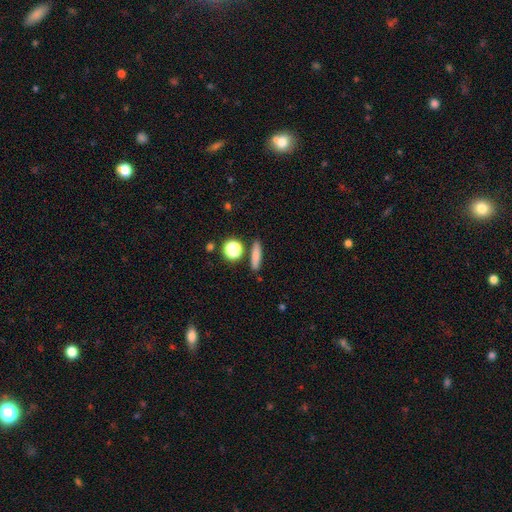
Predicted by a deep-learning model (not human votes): smooth_or_featured: smooth (p=0.78) [alt: featured or disk p=0.12]
how_rounded: cigar-shaped (p=0.70) [alt: in between p=0.19]
merging: none (p=0.84) [alt: minor disturbance p=0.09]